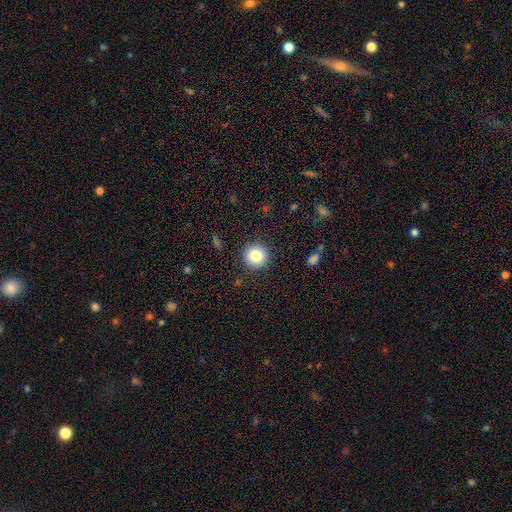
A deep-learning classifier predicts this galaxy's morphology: Smooth or featured? Predicted: smooth (p=0.82). How rounded? Predicted: round (p=0.95). Merging? Predicted: none (p=0.91).